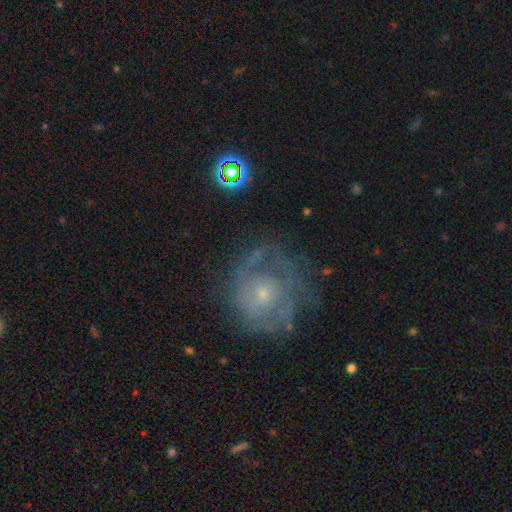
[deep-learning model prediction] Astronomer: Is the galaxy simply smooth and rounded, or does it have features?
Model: featured or disk — 70%.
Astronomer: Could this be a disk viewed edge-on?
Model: no — 97%.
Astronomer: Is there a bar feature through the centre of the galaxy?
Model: no — 80%.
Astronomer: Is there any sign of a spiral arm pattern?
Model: yes — 78%.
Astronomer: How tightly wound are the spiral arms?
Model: tight — 51% (runner-up: medium, 34%).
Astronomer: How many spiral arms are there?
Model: can't tell — 50%.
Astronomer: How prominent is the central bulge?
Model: small — 73%.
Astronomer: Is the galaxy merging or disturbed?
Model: none — 61%.